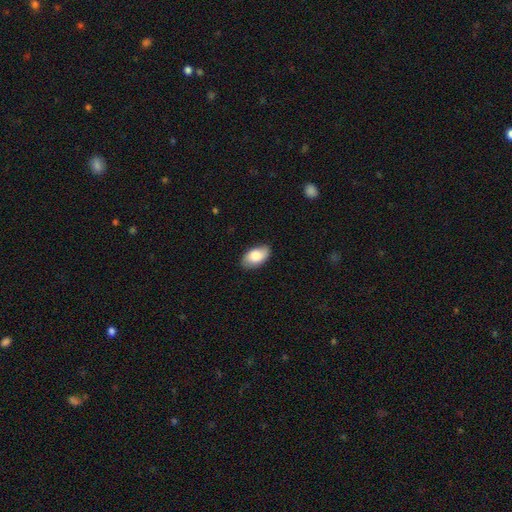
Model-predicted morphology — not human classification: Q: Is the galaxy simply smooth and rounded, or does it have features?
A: smooth — 82%.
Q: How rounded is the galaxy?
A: in between — 94%.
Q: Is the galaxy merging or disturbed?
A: none — 83%.